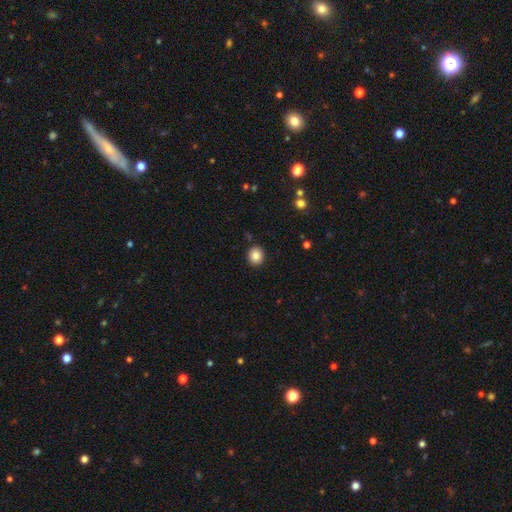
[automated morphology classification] Q: Smooth or featured?
A: smooth (85%); runner-up: star or artifact (9%)
Q: How rounded?
A: round (81%); runner-up: in between (19%)
Q: Merging?
A: none (91%); runner-up: minor disturbance (6%)